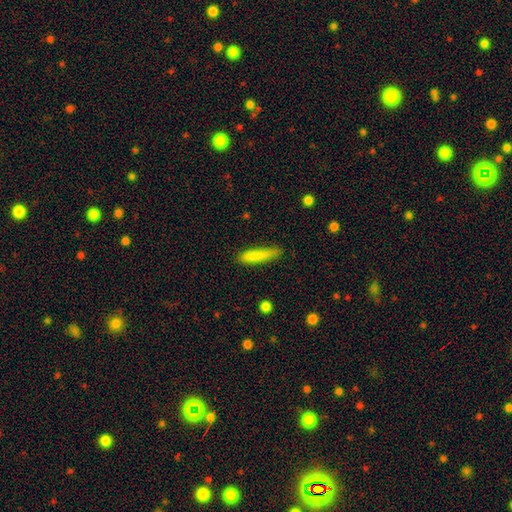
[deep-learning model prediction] A smooth galaxy with no disk features (83%) that is cigar-shaped (86%).

Vote fractions:
- Smooth or featured? smooth: 83% / featured or disk: 10% / star or artifact: 7%
- How rounded? cigar-shaped: 86% / in between: 13% / round: 1%
- Merging? none: 74% / minor disturbance: 20% / major disturbance: 4% / merger: 2%